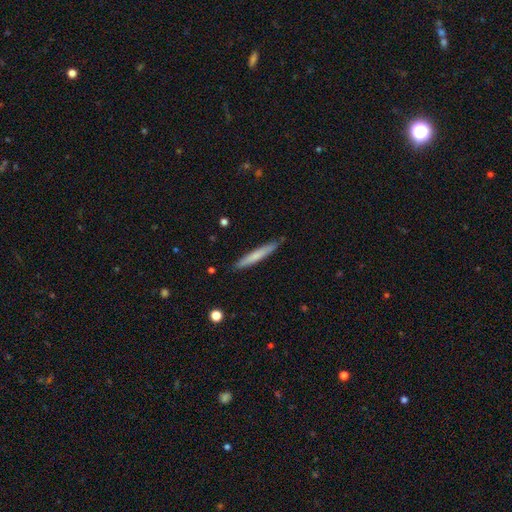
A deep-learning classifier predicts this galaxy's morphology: Q: Smooth or featured?
A: smooth (68%); runner-up: featured or disk (27%)
Q: How rounded?
A: cigar-shaped (96%); runner-up: in between (3%)
Q: Merging?
A: none (87%); runner-up: minor disturbance (10%)